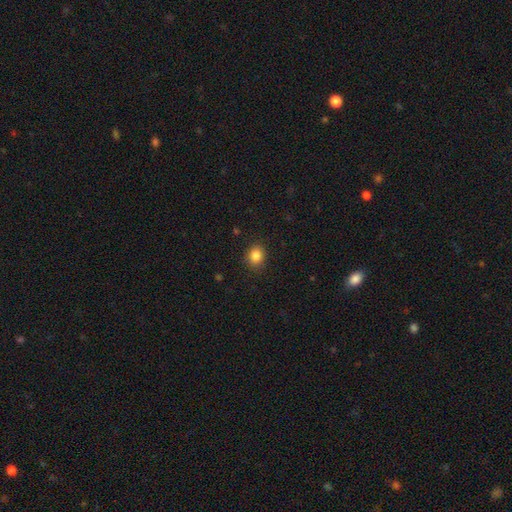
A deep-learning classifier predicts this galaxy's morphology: type=smooth (85%); roundness=round (65%); merging=none (88%).